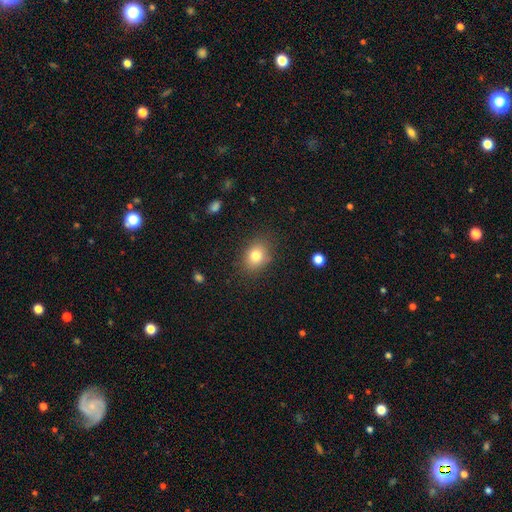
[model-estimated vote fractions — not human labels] The model was most divided on "how rounded": in between: 57%, round: 42%, cigar-shaped: 1%. More confident: merging — none (83%); smooth or featured — smooth (80%).